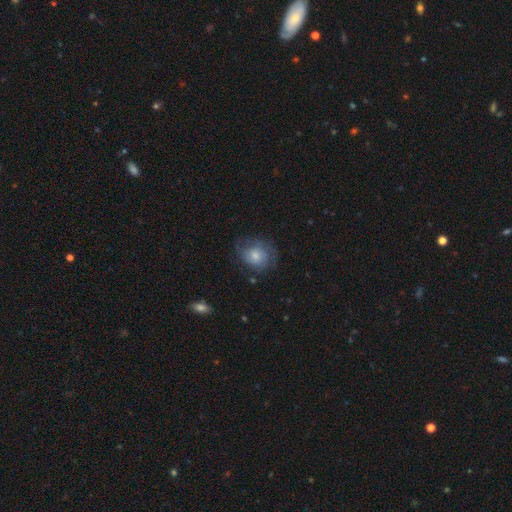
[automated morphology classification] smooth_or_featured: smooth (p=0.52) [alt: featured or disk p=0.40]
how_rounded: round (p=0.66) [alt: in between p=0.33]
merging: none (p=0.59) [alt: minor disturbance p=0.24]